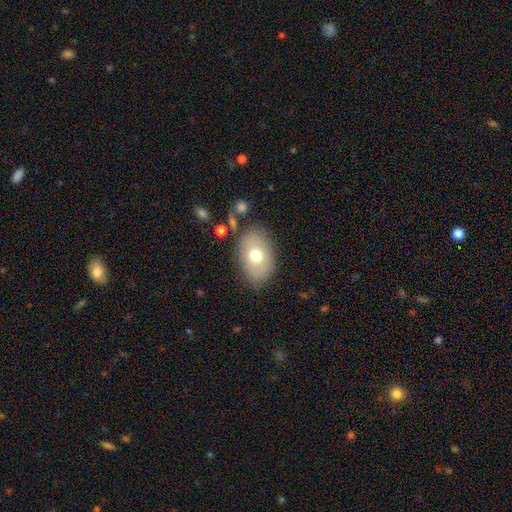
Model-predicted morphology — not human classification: The model was most divided on "smooth or featured": smooth: 69%, featured or disk: 23%, star or artifact: 8%. More confident: how rounded — in between (84%); merging — none (78%).